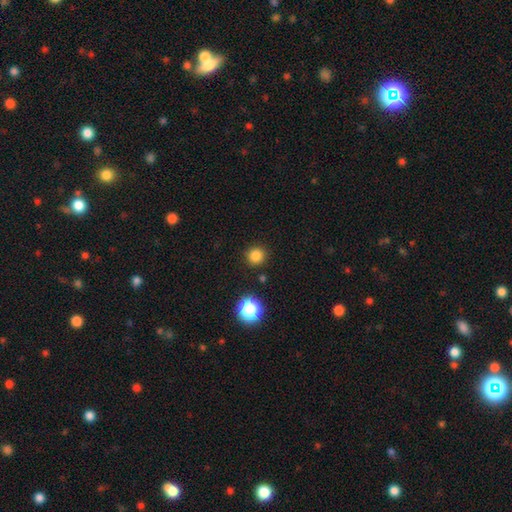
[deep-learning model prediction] smooth-or-featured: smooth: 81% | star or artifact: 15% | featured or disk: 4%
  how-rounded: round: 94% | in between: 5% | cigar-shaped: 1%
  merging: none: 90% | minor disturbance: 6% | merger: 2% | major disturbance: 2%